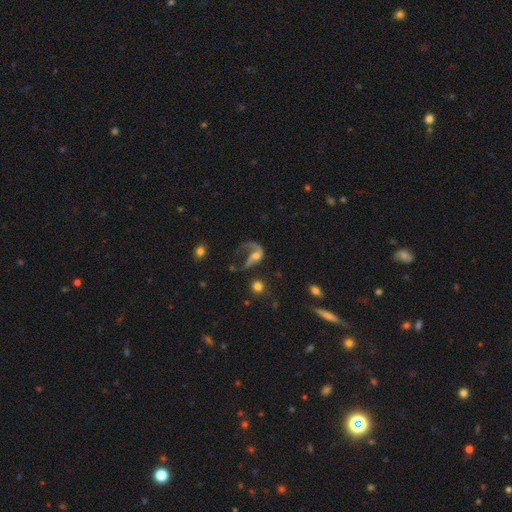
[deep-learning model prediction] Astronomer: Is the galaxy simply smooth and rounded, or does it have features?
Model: featured or disk — 72%.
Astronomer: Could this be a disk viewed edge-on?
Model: no — 95%.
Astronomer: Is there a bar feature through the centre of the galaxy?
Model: no — 54% (runner-up: weak, 31%).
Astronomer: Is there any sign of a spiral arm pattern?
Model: yes — 82%.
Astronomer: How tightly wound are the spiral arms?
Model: loose — 71%.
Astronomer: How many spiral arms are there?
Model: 1 — 63%.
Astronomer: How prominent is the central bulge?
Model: moderate — 46% (runner-up: small, 35%).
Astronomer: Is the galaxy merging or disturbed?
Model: major disturbance — 51% (runner-up: none, 27%).